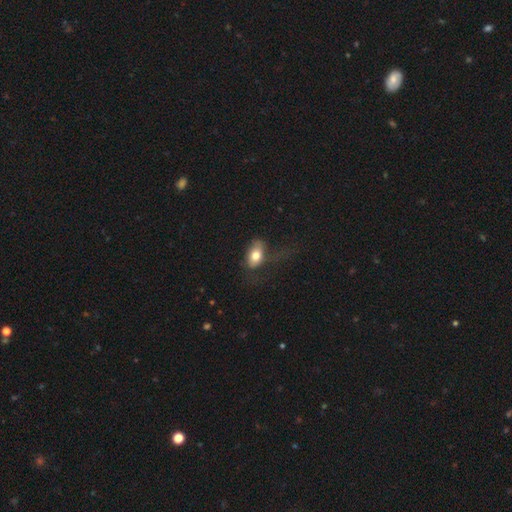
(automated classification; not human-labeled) smooth-or-featured: smooth: 74% | featured or disk: 18% | star or artifact: 8%
  how-rounded: in between: 87% | round: 10% | cigar-shaped: 3%
  merging: none: 38% | major disturbance: 33% | minor disturbance: 26% | merger: 3%